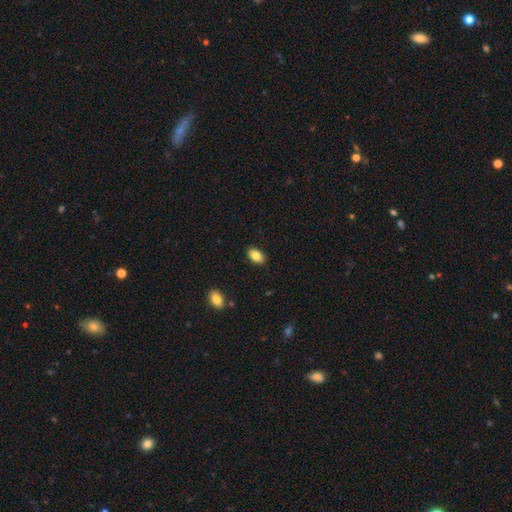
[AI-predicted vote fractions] A smooth galaxy with no disk features (83%) that is in between round and cigar-shaped (92%).

Vote fractions:
- Smooth or featured? smooth: 83% / featured or disk: 10% / star or artifact: 7%
- How rounded? in between: 92% / round: 7% / cigar-shaped: 2%
- Merging? none: 89% / minor disturbance: 8% / major disturbance: 2% / merger: 1%